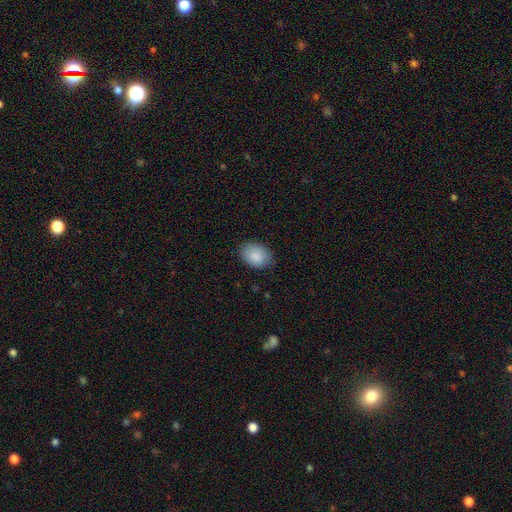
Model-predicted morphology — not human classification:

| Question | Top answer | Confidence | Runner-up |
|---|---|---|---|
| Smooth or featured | smooth | 88% | star or artifact (6%) |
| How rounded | in between | 78% | round (21%) |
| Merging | none | 82% | minor disturbance (14%) |